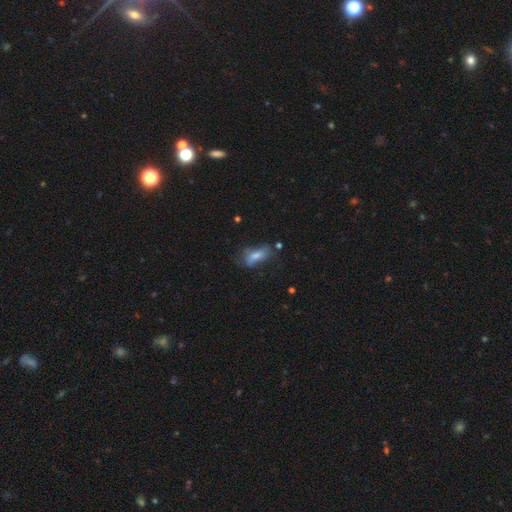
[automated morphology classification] Smooth or featured: smooth — 56% (featured or disk — 29%)
How rounded: in between — 71% (cigar-shaped — 24%)
Merging: none — 47% (minor disturbance — 27%)